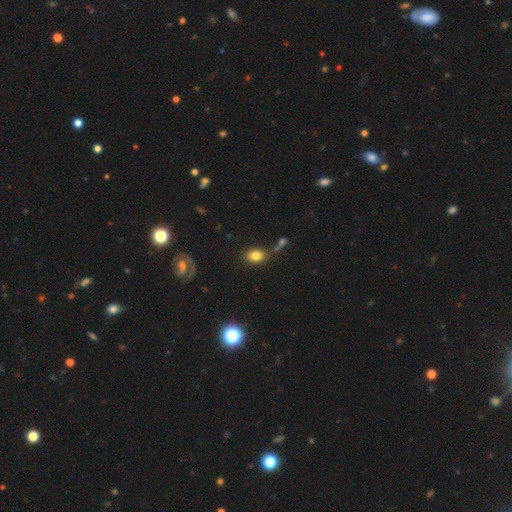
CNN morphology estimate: A smooth galaxy with no disk features (80%) that is in between round and cigar-shaped (70%).

Vote fractions:
- Smooth or featured? smooth: 80% / featured or disk: 10% / star or artifact: 10%
- How rounded? in between: 70% / round: 29% / cigar-shaped: 1%
- Merging? none: 70% / minor disturbance: 15% / merger: 10% / major disturbance: 6%